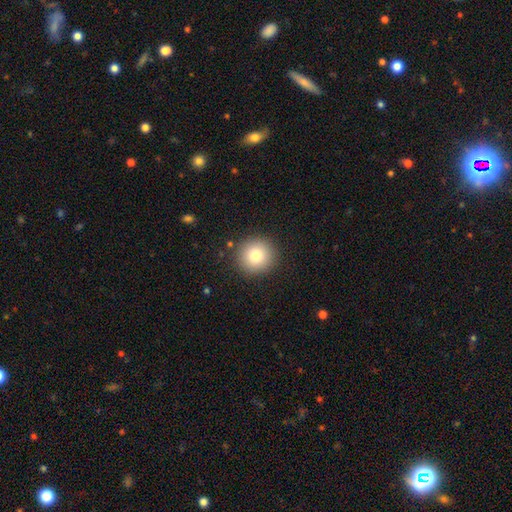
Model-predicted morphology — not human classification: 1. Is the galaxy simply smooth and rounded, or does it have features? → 81% smooth, 10% star or artifact, 9% featured or disk.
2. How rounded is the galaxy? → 93% round, 6% in between, 1% cigar-shaped.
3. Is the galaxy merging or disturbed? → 90% none, 6% minor disturbance, 2% major disturbance, 1% merger.